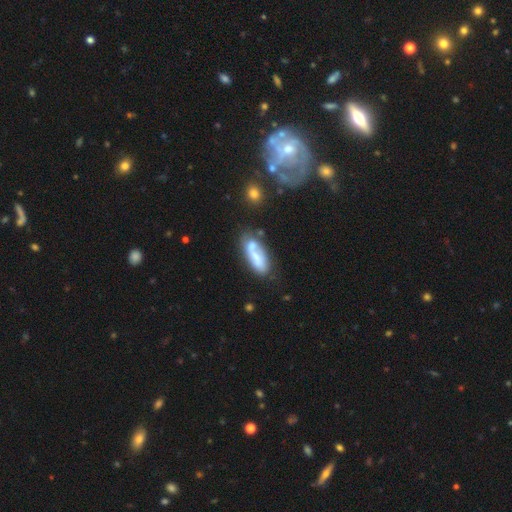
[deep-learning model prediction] Smooth or featured? Predicted: smooth (p=0.53). How rounded? Predicted: in between (p=0.71). Merging? Predicted: none (p=0.48).